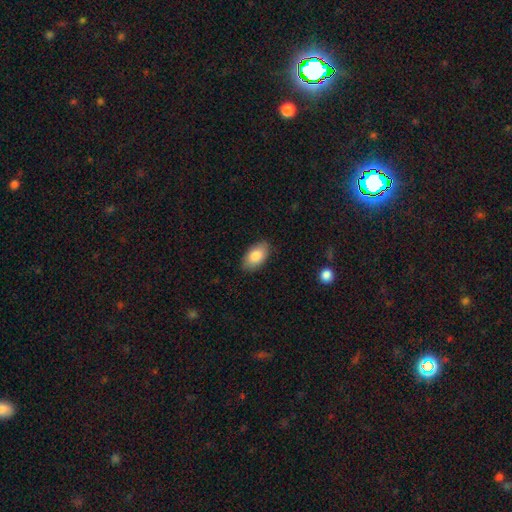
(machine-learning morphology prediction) Smooth or featured? Predicted: smooth (p=0.83). How rounded? Predicted: in between (p=0.94). Merging? Predicted: none (p=0.86).